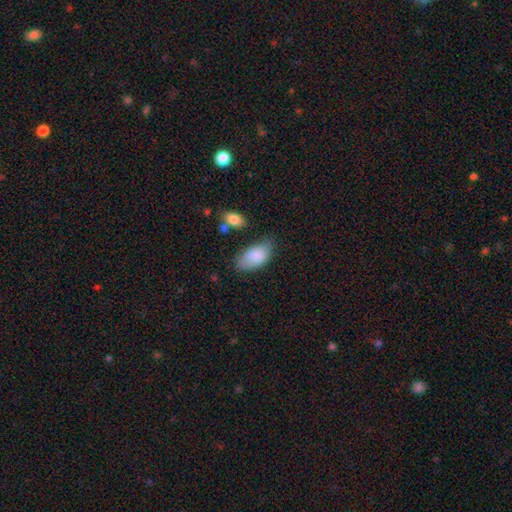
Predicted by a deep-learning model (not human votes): smooth 84%, featured or disk 9%, star or artifact 6%. Down the decision tree: how rounded — in between (94%); merging — none (60%).